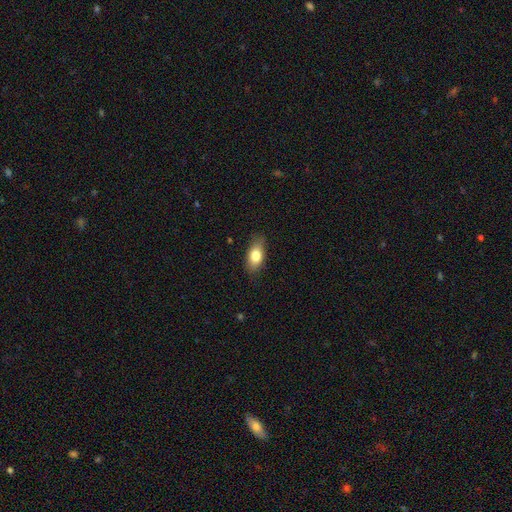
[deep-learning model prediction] The model was most divided on "smooth or featured": smooth: 79%, featured or disk: 14%, star or artifact: 7%. More confident: how rounded — in between (86%); merging — none (82%).